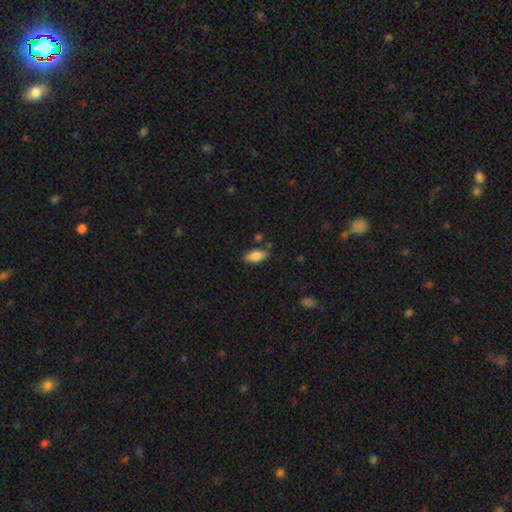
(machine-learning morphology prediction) A smooth galaxy with no disk features (82%) that is in between round and cigar-shaped (86%). Merging: none (79%).